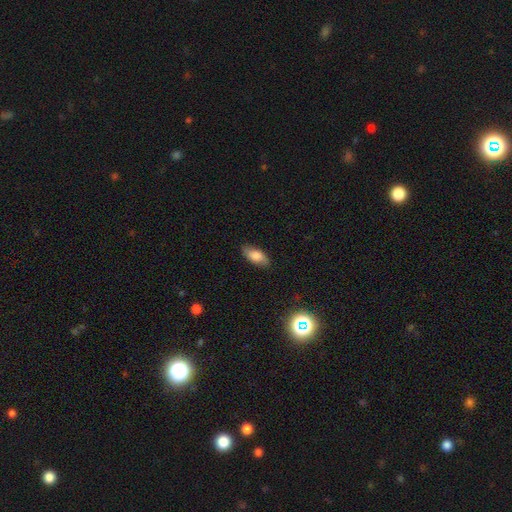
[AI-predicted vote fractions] Morphology: type=smooth (78%); roundness=in between (86%); merging=none (84%).